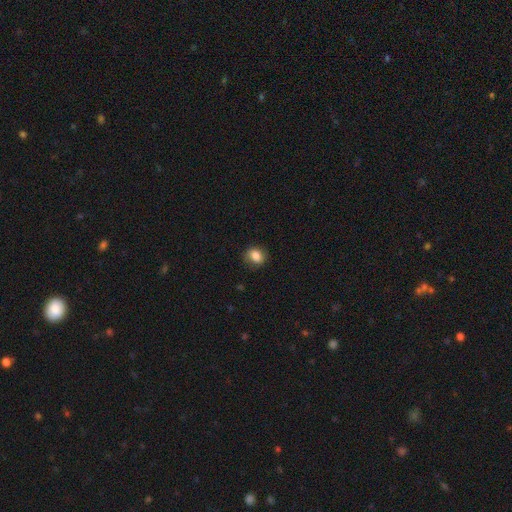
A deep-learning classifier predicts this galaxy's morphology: smooth_or_featured: smooth (p=0.81) [alt: featured or disk p=0.10]
how_rounded: round (p=0.53) [alt: in between p=0.46]
merging: none (p=0.78) [alt: minor disturbance p=0.16]